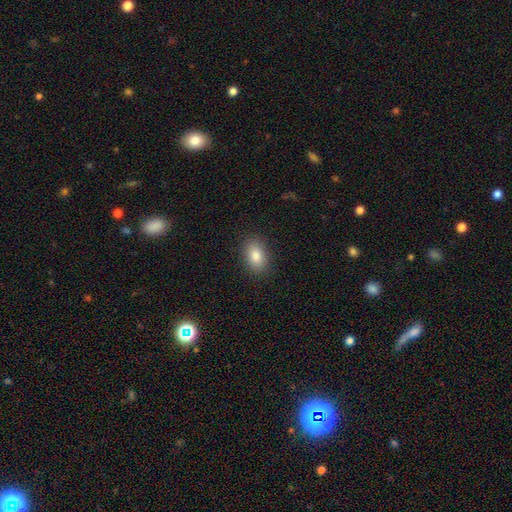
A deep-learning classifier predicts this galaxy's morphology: type=smooth (84%); roundness=in between (85%); merging=none (88%).